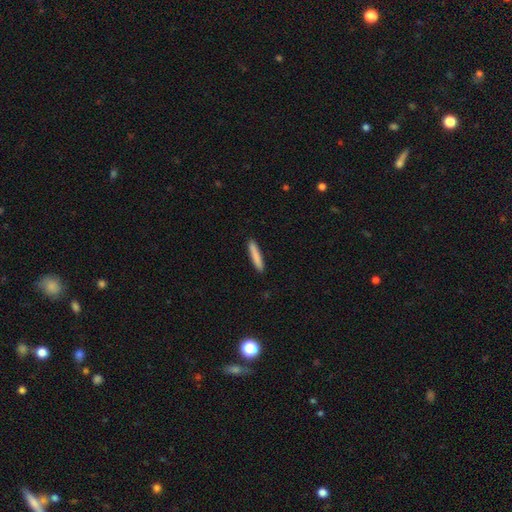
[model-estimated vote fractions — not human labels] Overall: smooth (85%). How rounded: cigar-shaped (93%). Merging: none (91%).